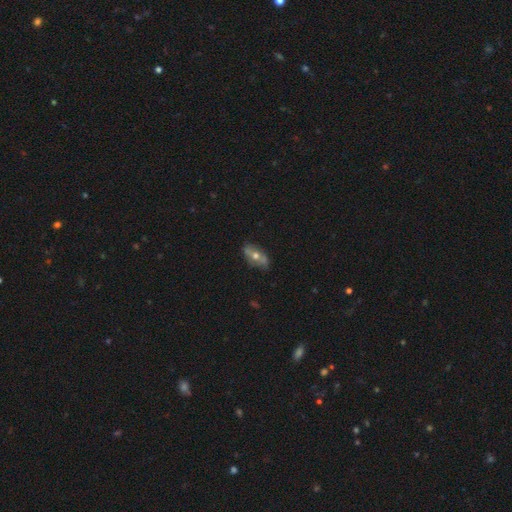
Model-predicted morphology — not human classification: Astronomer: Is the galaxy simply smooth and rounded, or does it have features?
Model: featured or disk — 57% (runner-up: smooth, 35%).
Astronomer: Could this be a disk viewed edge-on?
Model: no — 70%.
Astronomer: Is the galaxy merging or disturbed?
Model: none — 78%.